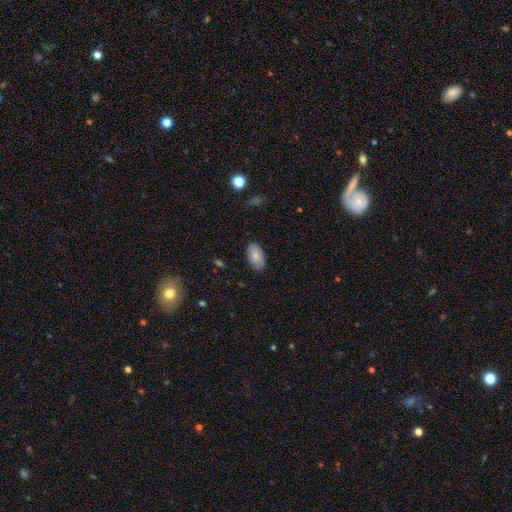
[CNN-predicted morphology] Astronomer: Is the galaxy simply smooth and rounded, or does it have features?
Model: smooth — 82%.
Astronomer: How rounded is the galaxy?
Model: in between — 94%.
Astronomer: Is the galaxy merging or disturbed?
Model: none — 81%.